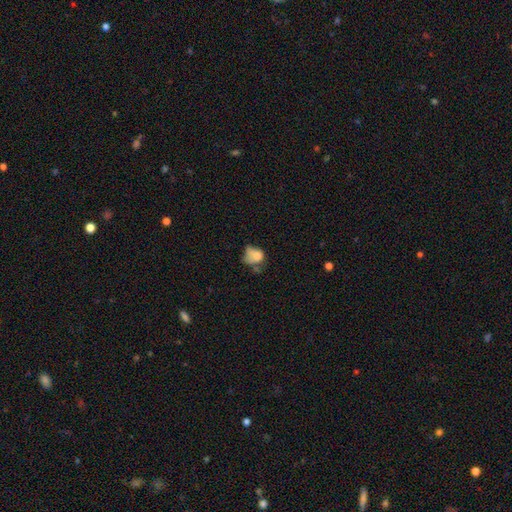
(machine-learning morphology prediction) type=smooth (68%); roundness=in between (50%); merging=major disturbance (34%).